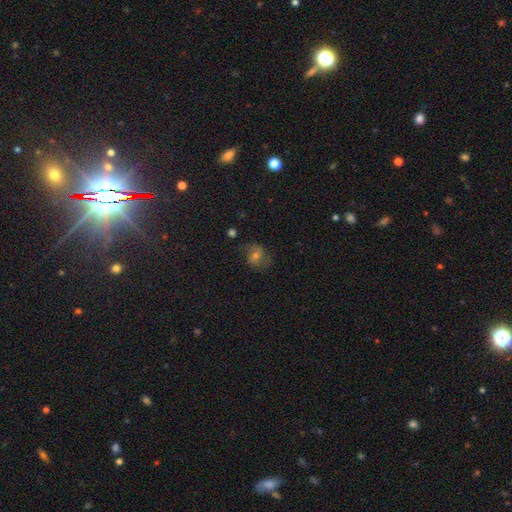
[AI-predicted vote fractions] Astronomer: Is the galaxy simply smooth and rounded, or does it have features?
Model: featured or disk — 50% (runner-up: smooth, 29%).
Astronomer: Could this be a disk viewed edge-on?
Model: no — 96%.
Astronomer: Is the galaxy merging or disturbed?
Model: none — 69%.